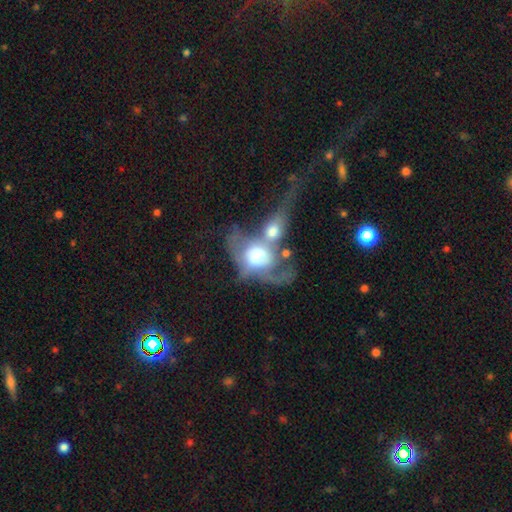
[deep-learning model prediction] Morphology: type=featured or disk (53%); edge-on=no (92%); merging=merger (68%).